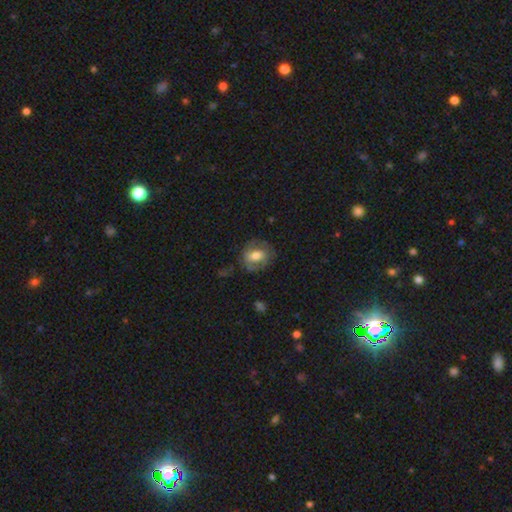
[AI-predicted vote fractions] The model was most divided on "smooth or featured": smooth: 49%, featured or disk: 43%, star or artifact: 8%. More confident: merging — none (69%).